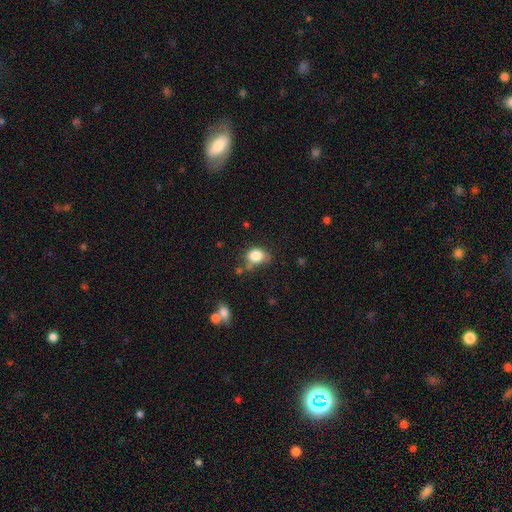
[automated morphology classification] Smooth or featured?
  - smooth: 82% *
  - star or artifact: 10%
  - featured or disk: 8%
How rounded?
  - in between: 54% *
  - round: 45%
  - cigar-shaped: 1%
Merging?
  - none: 48% *
  - minor disturbance: 30%
  - major disturbance: 11%
  - merger: 10%